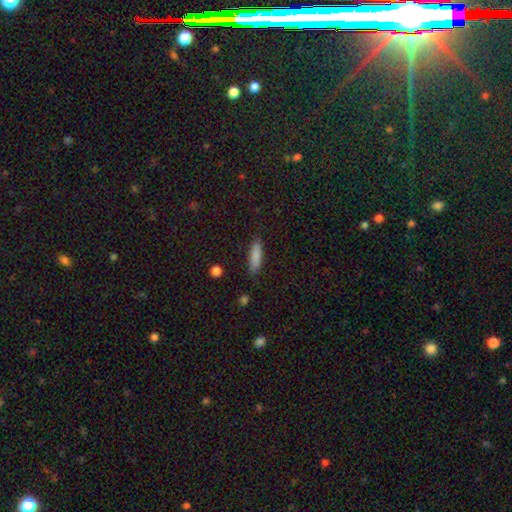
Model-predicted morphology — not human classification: A smooth galaxy with no disk features (85%) that is cigar-shaped (55%). Merging: none (84%).